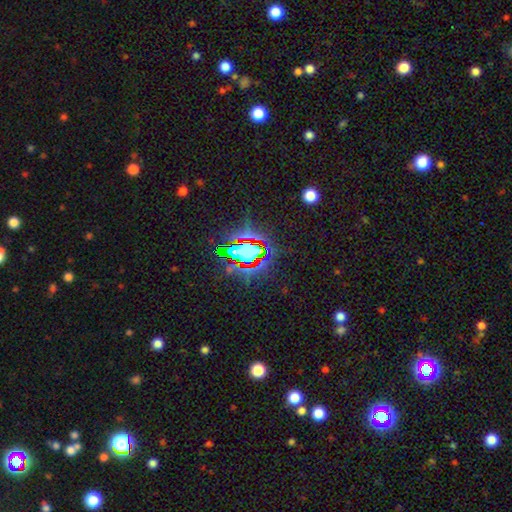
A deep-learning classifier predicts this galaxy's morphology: Smooth or featured? star or artifact (72%)